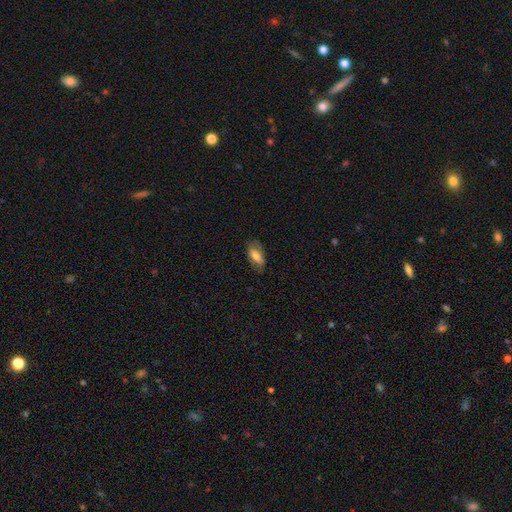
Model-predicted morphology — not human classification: This is likely a smooth galaxy (60%). How rounded: clearly in between (84%). Merging: likely none (74%).